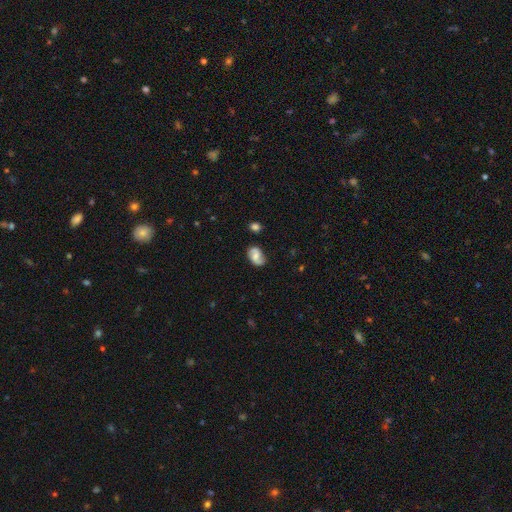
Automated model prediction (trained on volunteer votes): smooth-or-featured: featured or disk: 51% | smooth: 41% | star or artifact: 8%
  disk-edge-on: no: 97% | yes: 3%
  merging: none: 70% | minor disturbance: 21% | major disturbance: 5% | merger: 3%